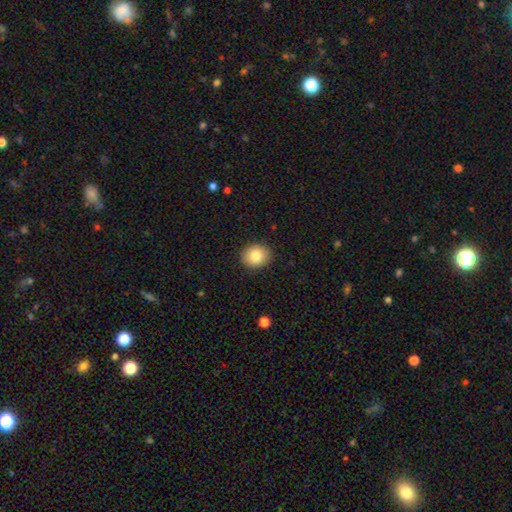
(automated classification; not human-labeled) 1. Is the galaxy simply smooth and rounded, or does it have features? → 82% smooth, 9% featured or disk, 9% star or artifact.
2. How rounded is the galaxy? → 72% round, 27% in between, 1% cigar-shaped.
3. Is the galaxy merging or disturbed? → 91% none, 7% minor disturbance, 2% major disturbance, 1% merger.